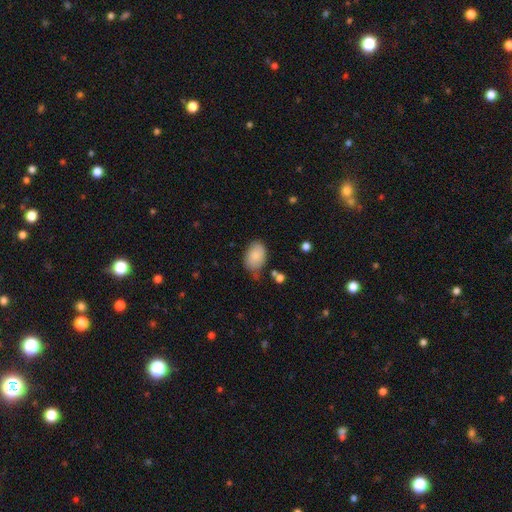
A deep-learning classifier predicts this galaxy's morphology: smooth_or_featured: smooth (p=0.85) [alt: featured or disk p=0.08]
how_rounded: in between (p=0.83) [alt: round p=0.15]
merging: none (p=0.70) [alt: minor disturbance p=0.22]